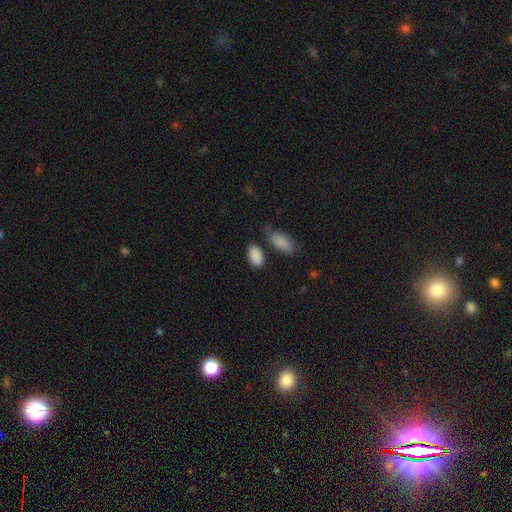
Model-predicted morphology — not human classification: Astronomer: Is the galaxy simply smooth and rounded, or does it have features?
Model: smooth — 89%.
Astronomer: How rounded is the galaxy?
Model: in between — 94%.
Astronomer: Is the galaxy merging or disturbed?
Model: none — 74%.